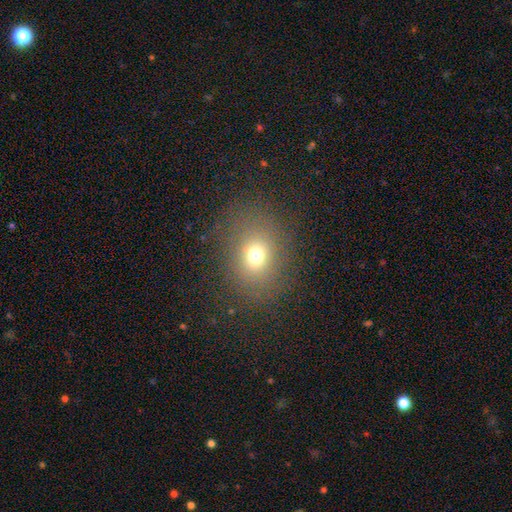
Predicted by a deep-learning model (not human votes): Smooth or featured?
  - smooth: 69% *
  - star or artifact: 19%
  - featured or disk: 12%
How rounded?
  - round: 54% *
  - in between: 45%
  - cigar-shaped: 1%
Merging?
  - none: 81% *
  - minor disturbance: 11%
  - major disturbance: 7%
  - merger: 1%